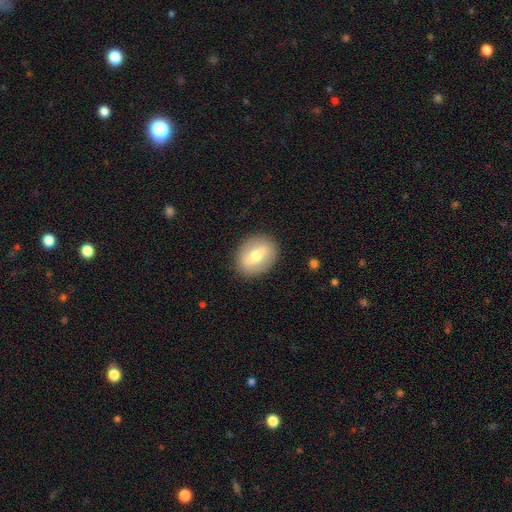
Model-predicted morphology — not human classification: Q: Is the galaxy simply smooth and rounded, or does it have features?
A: smooth — 55%.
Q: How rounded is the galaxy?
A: in between — 62%.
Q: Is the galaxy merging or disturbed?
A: none — 88%.